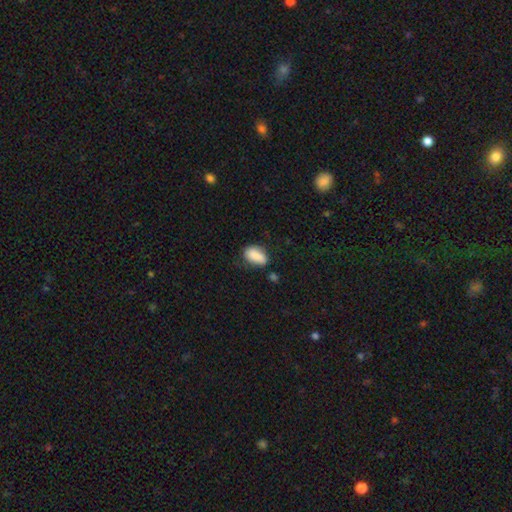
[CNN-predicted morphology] Overall: smooth (86%). How rounded: in between (88%). Merging: none (59%; minor disturbance 29%).